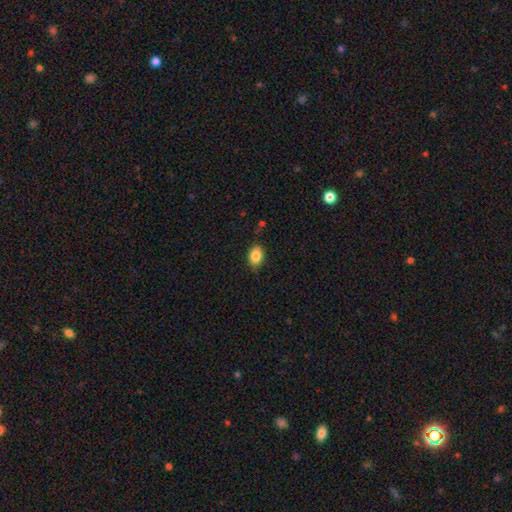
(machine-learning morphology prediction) smooth 85%, star or artifact 8%, featured or disk 6%. Down the decision tree: how rounded — in between (77%); merging — none (79%).